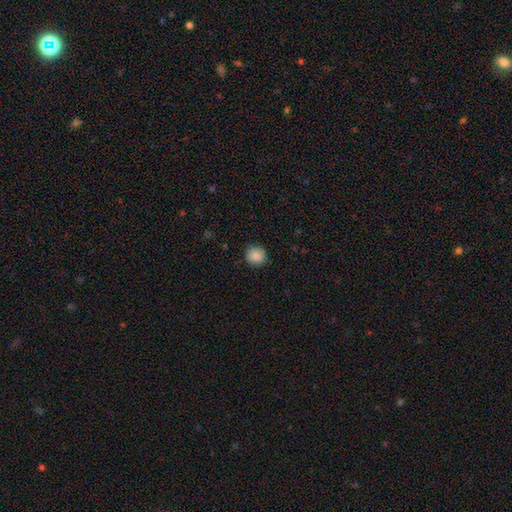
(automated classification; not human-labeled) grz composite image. It shows a smooth galaxy with no disk features (88%) that is round (92%). Merging: none (90%).